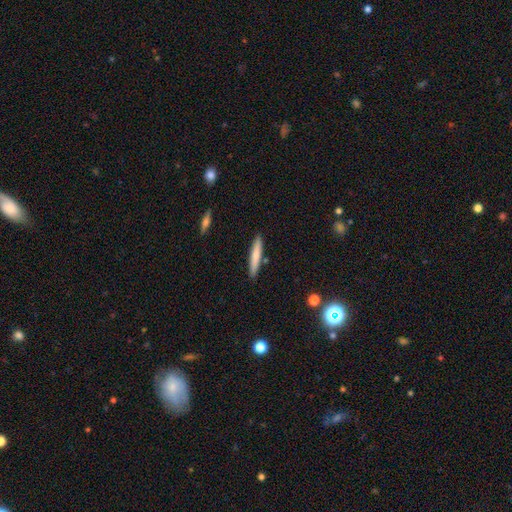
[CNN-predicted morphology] This appears to be a smooth galaxy with no disk features (73%) that is cigar-shaped (91%). Merging: none (87%).